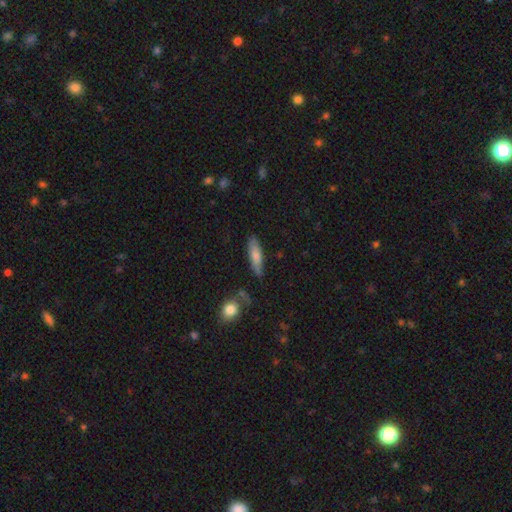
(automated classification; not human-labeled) Smooth or featured? smooth (73%)
How rounded? cigar-shaped (62%)
Merging? none (73%)